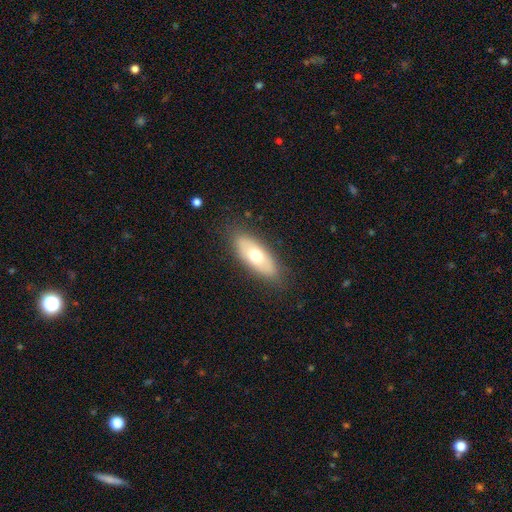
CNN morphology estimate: This appears to be a smooth galaxy with no disk features (62%) that is in between round and cigar-shaped (76%). Merging: none (84%).